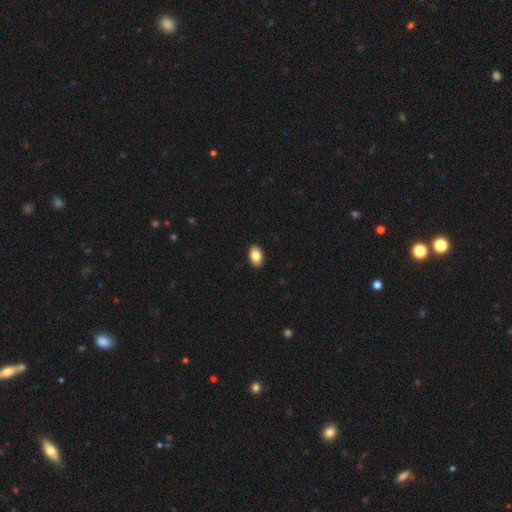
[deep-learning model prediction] Smooth or featured? Predicted: smooth (p=0.85). How rounded? Predicted: in between (p=0.91). Merging? Predicted: none (p=0.91).